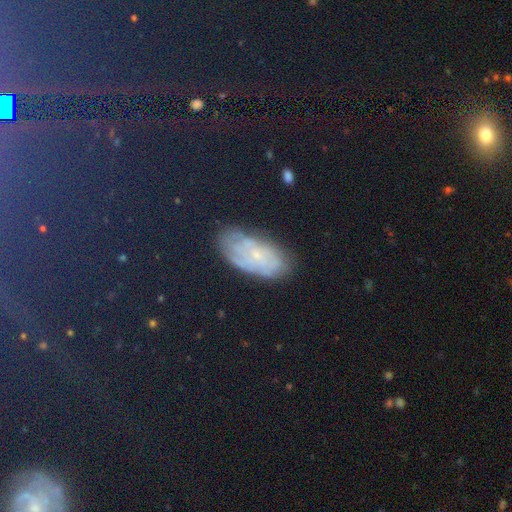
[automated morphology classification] smooth_or_featured: featured or disk (p=0.38) [alt: star or artifact p=0.33]
merging: none (p=0.74) [alt: minor disturbance p=0.18]